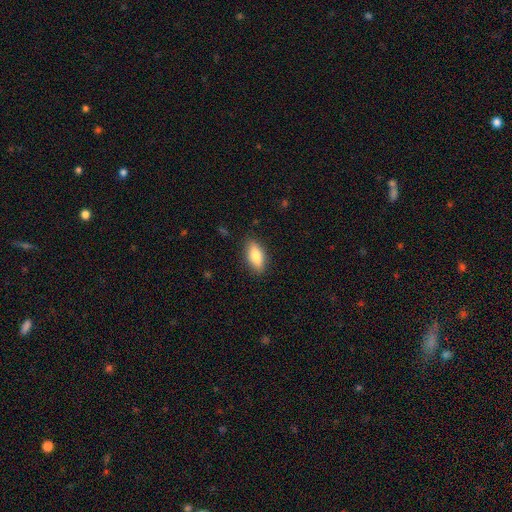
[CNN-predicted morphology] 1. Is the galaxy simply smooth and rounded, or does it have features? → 79% smooth, 14% featured or disk, 7% star or artifact.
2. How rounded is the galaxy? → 80% in between, 17% cigar-shaped, 3% round.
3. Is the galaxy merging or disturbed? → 86% none, 11% minor disturbance, 2% major disturbance, 1% merger.